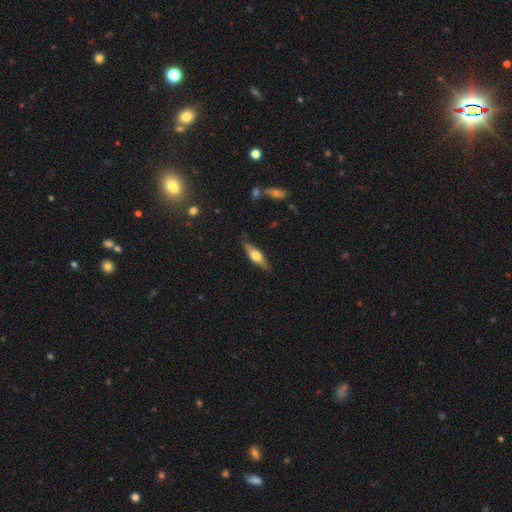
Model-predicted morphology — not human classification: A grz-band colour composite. It shows a featured or disk galaxy (50%) viewed edge-on (91%). Merging: none (84%).